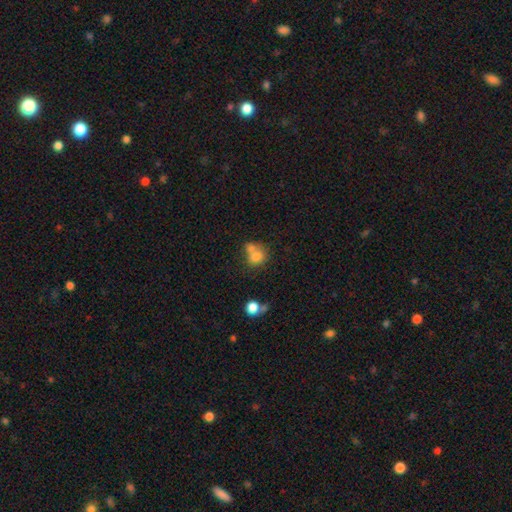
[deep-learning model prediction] smooth 75%, featured or disk 13%, star or artifact 11%. Down the decision tree: how rounded — round (69%); merging — merger (47%).